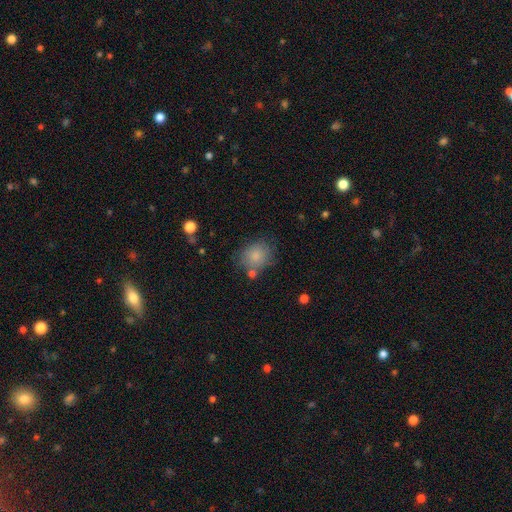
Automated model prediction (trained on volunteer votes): Morphology: type=smooth (83%); roundness=round (60%); merging=none (68%).